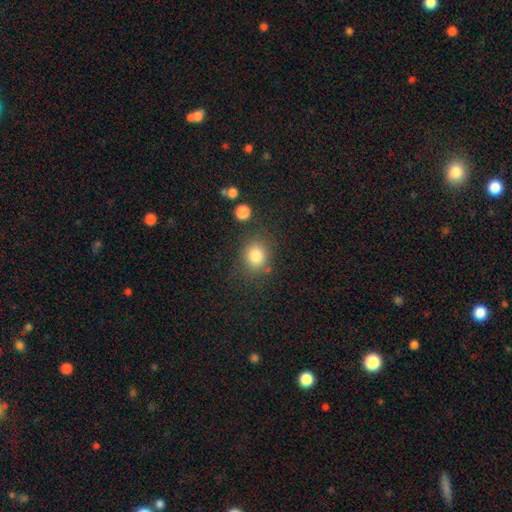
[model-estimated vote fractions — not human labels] Smooth or featured: smooth — 81% (star or artifact — 11%)
How rounded: round — 69% (in between — 31%)
Merging: none — 76% (minor disturbance — 14%)